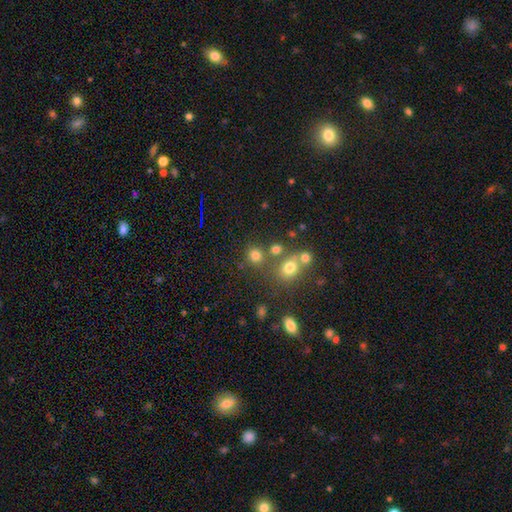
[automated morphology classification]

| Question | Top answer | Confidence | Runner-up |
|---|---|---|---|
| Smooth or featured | smooth | 75% | star or artifact (17%) |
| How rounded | round | 83% | in between (16%) |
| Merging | none | 68% | merger (18%) |